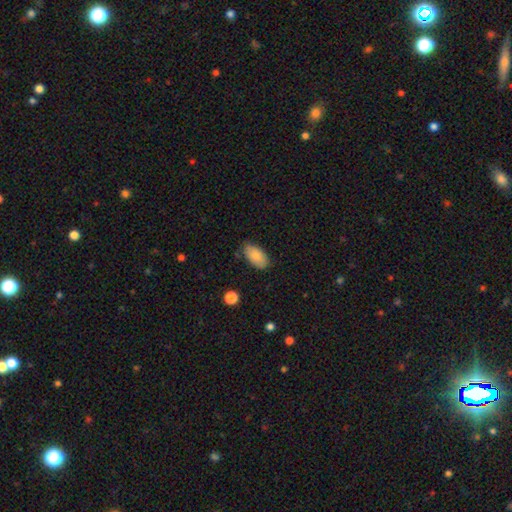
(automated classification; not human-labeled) This is clearly a smooth galaxy (84%). How rounded: clearly in between (94%). Merging: likely none (78%).